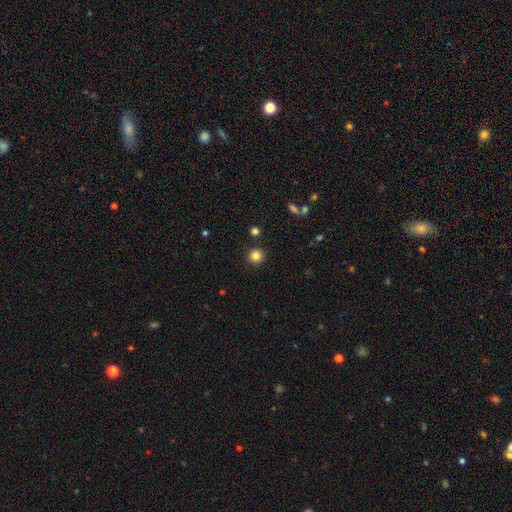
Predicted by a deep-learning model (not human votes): smooth-or-featured: smooth: 83% | star or artifact: 12% | featured or disk: 5%
  how-rounded: round: 93% | in between: 6% | cigar-shaped: 1%
  merging: none: 91% | minor disturbance: 5% | merger: 2% | major disturbance: 2%